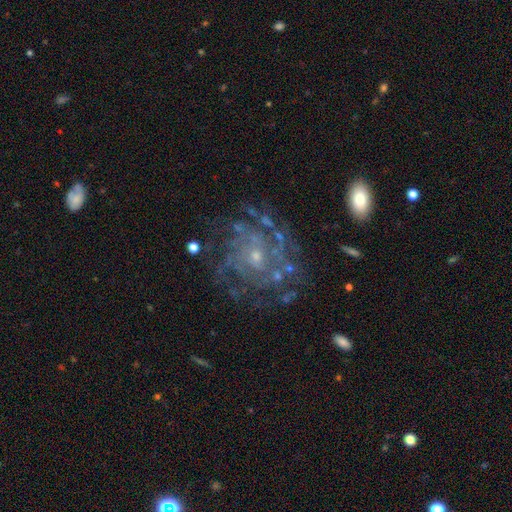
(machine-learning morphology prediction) Smooth or featured?
  - featured or disk: 83% *
  - star or artifact: 10%
  - smooth: 8%
Edge-on disk?
  - no: 97% *
  - yes: 3%
Bar?
  - no: 75% *
  - weak: 20%
  - strong: 4%
Spiral arms?
  - yes: 89% *
  - no: 11%
Spiral winding?
  - tight: 62% *
  - medium: 30%
  - loose: 9%
Spiral arm count?
  - can't tell: 41% *
  - 4: 17%
  - 3: 14%
  - more than 4: 12%
  - 2: 10%
  - 1: 6%
Bulge size?
  - small: 70% *
  - moderate: 23%
  - none: 4%
  - large: 1%
  - dominant: 1%
Merging?
  - none: 68% *
  - minor disturbance: 17%
  - major disturbance: 13%
  - merger: 2%